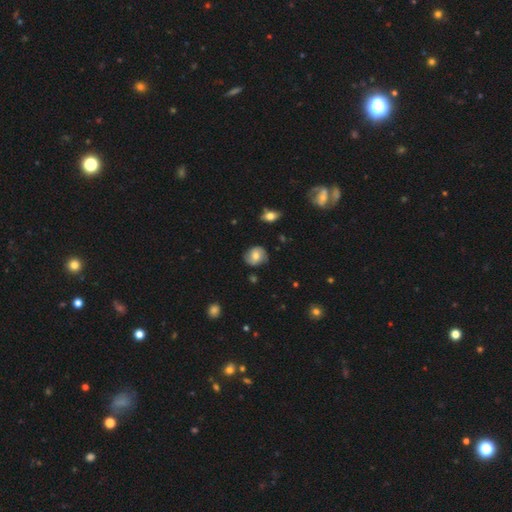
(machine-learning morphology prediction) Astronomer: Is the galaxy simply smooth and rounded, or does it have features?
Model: smooth — 56% (runner-up: featured or disk, 35%).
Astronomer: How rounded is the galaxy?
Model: round — 71%.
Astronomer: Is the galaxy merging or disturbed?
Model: none — 78%.